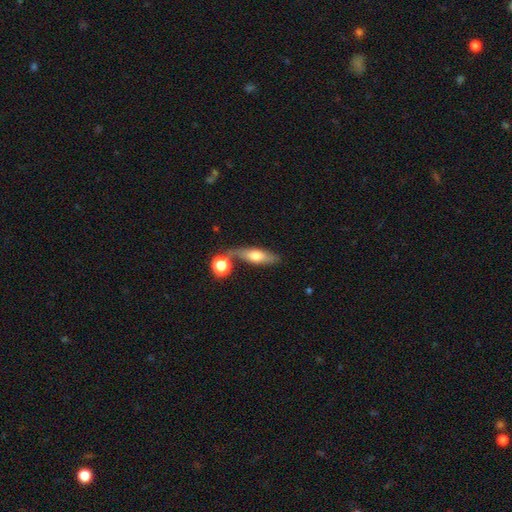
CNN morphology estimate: Smooth or featured: smooth — 56% (featured or disk — 36%)
How rounded: in between — 51% (cigar-shaped — 43%)
Merging: none — 58% (merger — 18%)